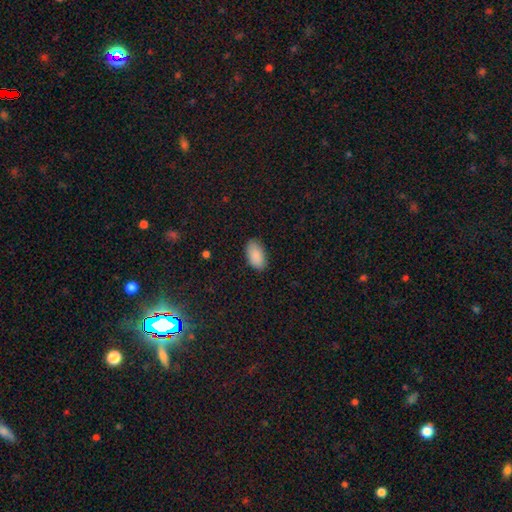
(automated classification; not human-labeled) Smooth or featured? smooth (90%)
How rounded? in between (95%)
Merging? none (84%)